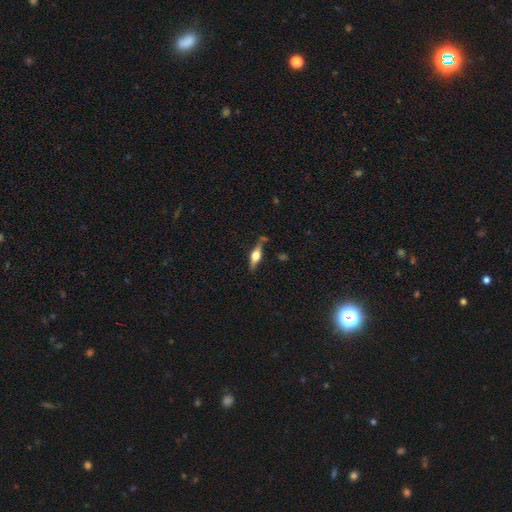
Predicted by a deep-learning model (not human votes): smooth-or-featured: featured or disk: 58% | smooth: 35% | star or artifact: 7%
  disk-edge-on: yes: 93% | no: 7%
    edge-on-bulge: rounded: 91% | boxy: 7% | none: 2%
  merging: none: 75% | minor disturbance: 15% | merger: 6% | major disturbance: 4%